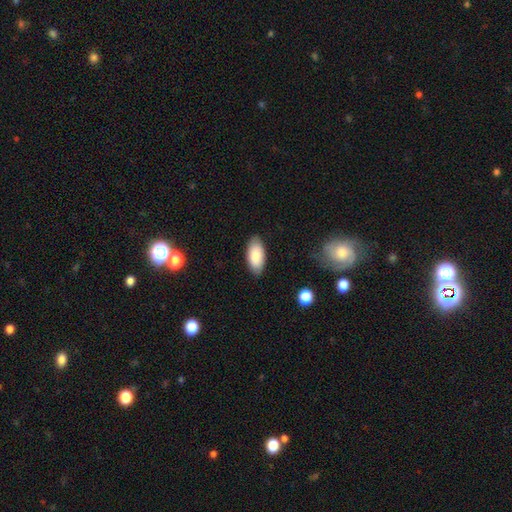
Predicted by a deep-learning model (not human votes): Smooth or featured? smooth (87%)
How rounded? in between (93%)
Merging? none (85%)